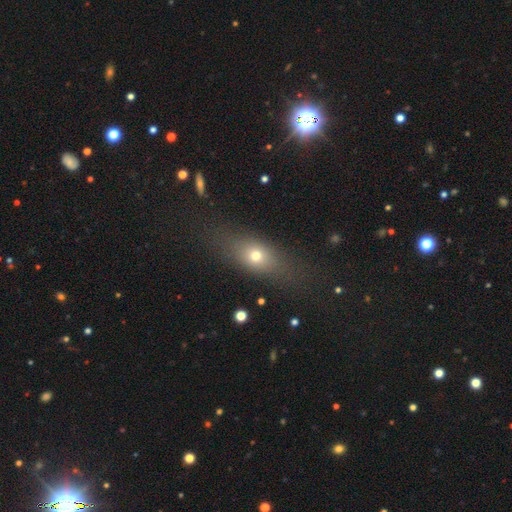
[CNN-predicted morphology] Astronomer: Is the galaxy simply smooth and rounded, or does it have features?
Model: smooth — 67%.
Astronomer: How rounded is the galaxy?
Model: in between — 63%.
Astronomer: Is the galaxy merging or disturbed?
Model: none — 72%.